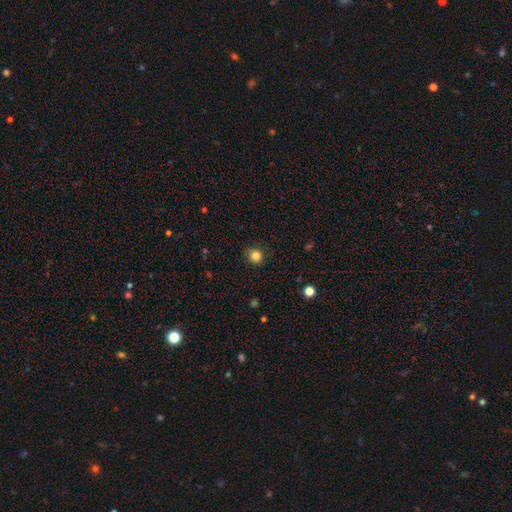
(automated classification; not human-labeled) smooth 84%, star or artifact 12%, featured or disk 4%. Down the decision tree: how rounded — round (90%); merging — none (87%).